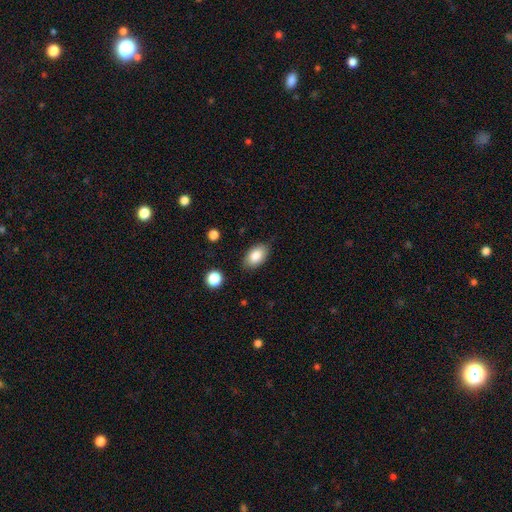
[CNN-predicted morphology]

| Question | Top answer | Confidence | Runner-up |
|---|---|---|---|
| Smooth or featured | smooth | 85% | featured or disk (8%) |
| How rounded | in between | 90% | round (8%) |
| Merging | none | 82% | minor disturbance (14%) |